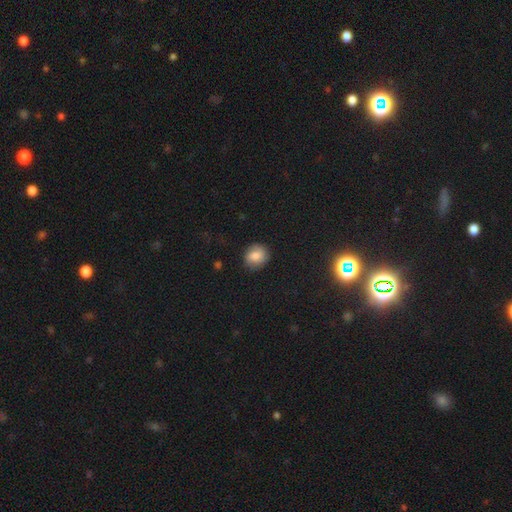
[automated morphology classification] The model was most divided on "how rounded": round: 74%, in between: 25%, cigar-shaped: 1%. More confident: merging — none (81%); smooth or featured — smooth (81%).